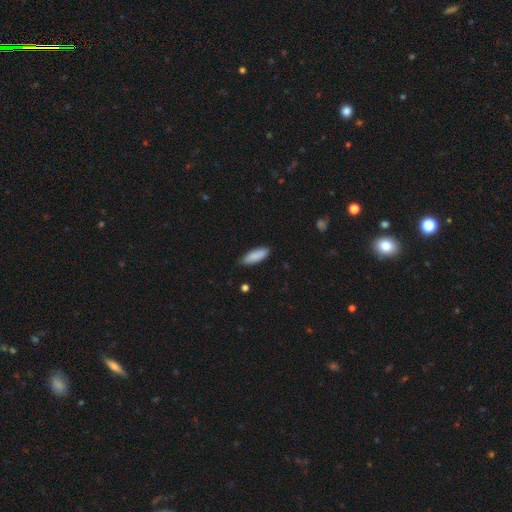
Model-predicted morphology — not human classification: smooth-or-featured: smooth: 88% | featured or disk: 6% | star or artifact: 6%
  how-rounded: in between: 66% | cigar-shaped: 32% | round: 2%
  merging: none: 81% | minor disturbance: 15% | major disturbance: 2% | merger: 1%